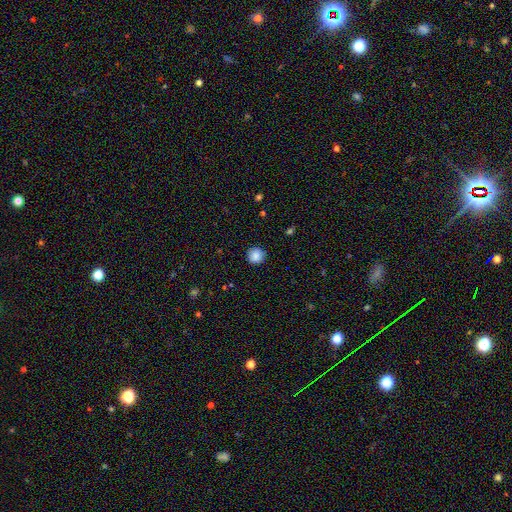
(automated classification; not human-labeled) Smooth or featured: smooth — 87% (star or artifact — 9%)
How rounded: round — 95% (in between — 4%)
Merging: none — 91% (minor disturbance — 6%)